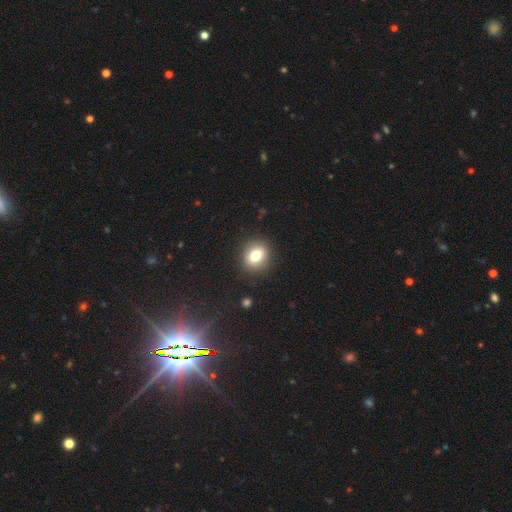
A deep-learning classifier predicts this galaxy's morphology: smooth 78%, featured or disk 11%, star or artifact 11%. Down the decision tree: how rounded — round (64%); merging — none (89%).